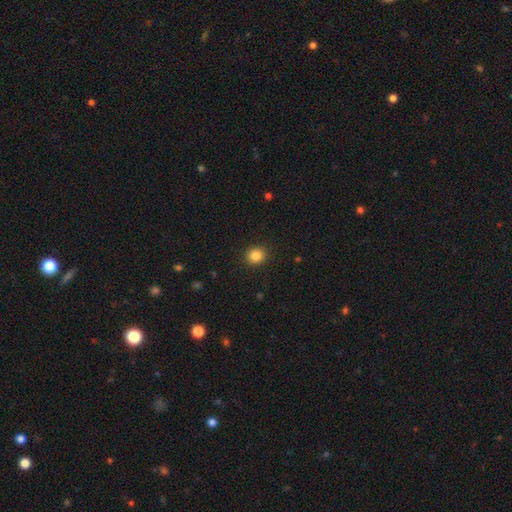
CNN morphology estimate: This is clearly a smooth galaxy (85%). How rounded: clearly round (85%). Merging: clearly none (91%).